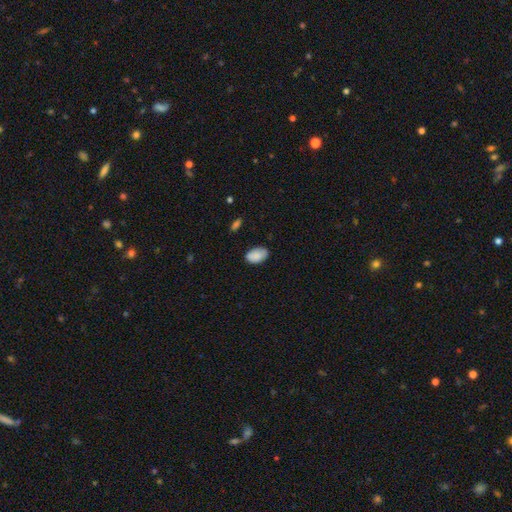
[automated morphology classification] This is clearly a smooth galaxy (86%). How rounded: clearly in between (91%). Merging: likely none (77%).